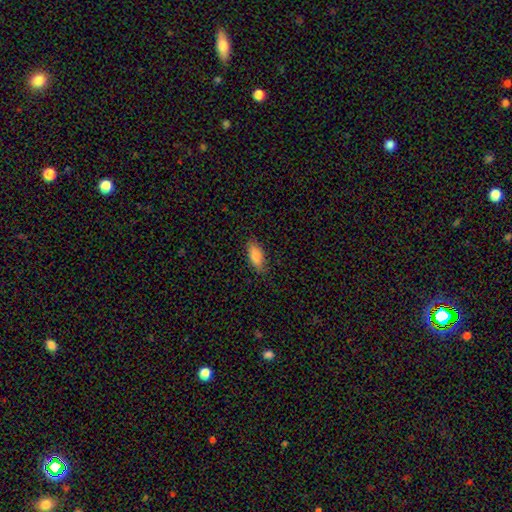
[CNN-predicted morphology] This is clearly a smooth galaxy (82%). How rounded: clearly in between (82%). Merging: clearly none (83%).